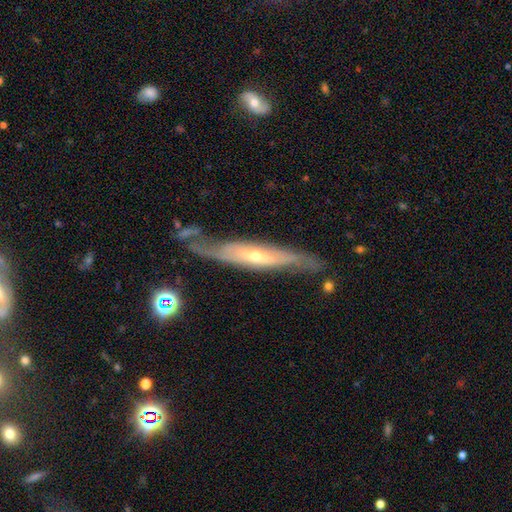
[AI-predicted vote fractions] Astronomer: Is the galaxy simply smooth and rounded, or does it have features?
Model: featured or disk — 75%.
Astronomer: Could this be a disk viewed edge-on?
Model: yes — 59% (runner-up: no, 41%).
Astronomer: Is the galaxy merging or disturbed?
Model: none — 62%.